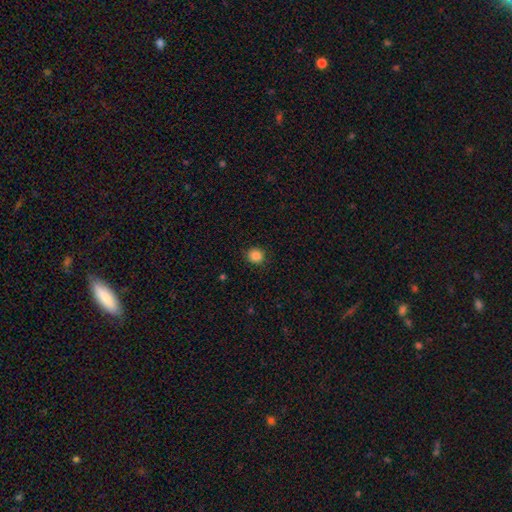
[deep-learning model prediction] Smooth or featured? smooth (86%)
How rounded? round (90%)
Merging? none (90%)